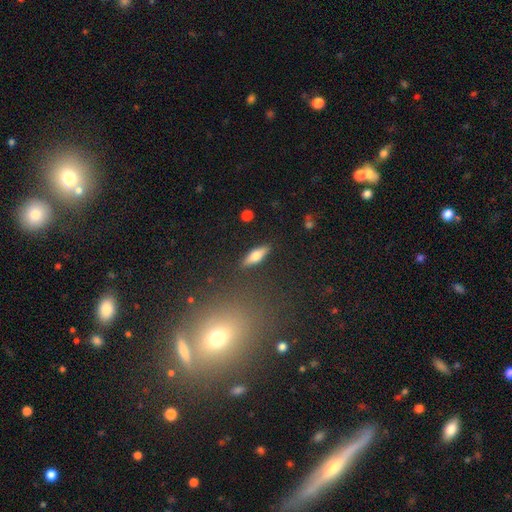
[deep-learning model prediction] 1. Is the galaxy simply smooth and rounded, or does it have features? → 64% smooth, 30% featured or disk, 7% star or artifact.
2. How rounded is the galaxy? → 52% in between, 45% cigar-shaped, 3% round.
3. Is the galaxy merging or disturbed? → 87% none, 9% minor disturbance, 2% major disturbance, 2% merger.